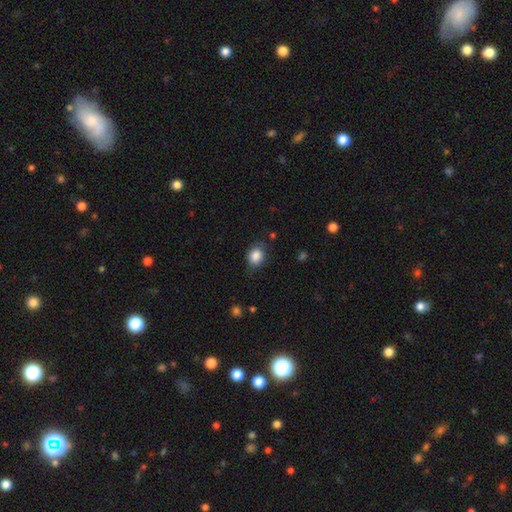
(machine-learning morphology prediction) Smooth or featured? smooth (85%)
How rounded? in between (50%)
Merging? none (74%)